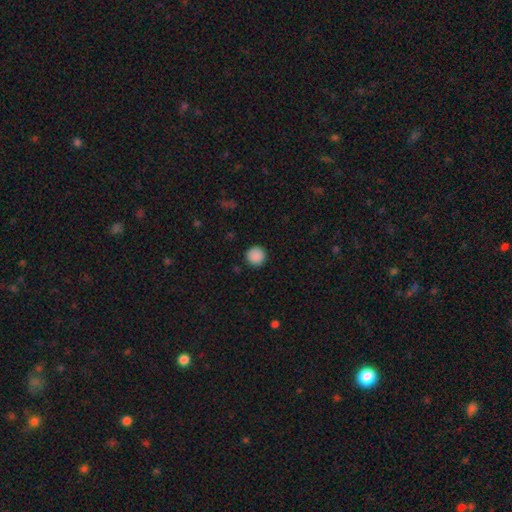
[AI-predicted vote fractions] Smooth or featured? Predicted: smooth (p=0.89). How rounded? Predicted: round (p=0.95). Merging? Predicted: none (p=0.91).